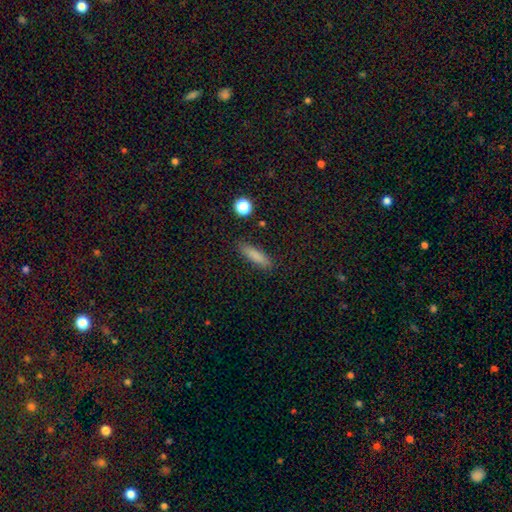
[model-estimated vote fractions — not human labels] smooth-or-featured: smooth: 81% | featured or disk: 10% | star or artifact: 9%
  how-rounded: cigar-shaped: 74% | in between: 23% | round: 2%
  merging: none: 86% | minor disturbance: 10% | major disturbance: 3% | merger: 2%